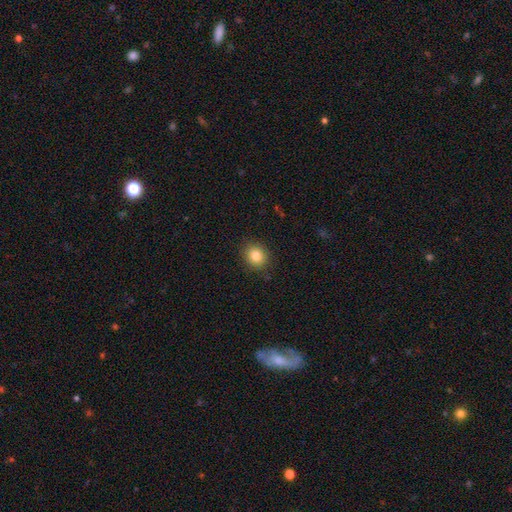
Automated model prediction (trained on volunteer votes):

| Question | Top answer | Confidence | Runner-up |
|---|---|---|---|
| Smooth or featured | smooth | 82% | star or artifact (11%) |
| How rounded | round | 76% | in between (23%) |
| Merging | none | 89% | minor disturbance (8%) |